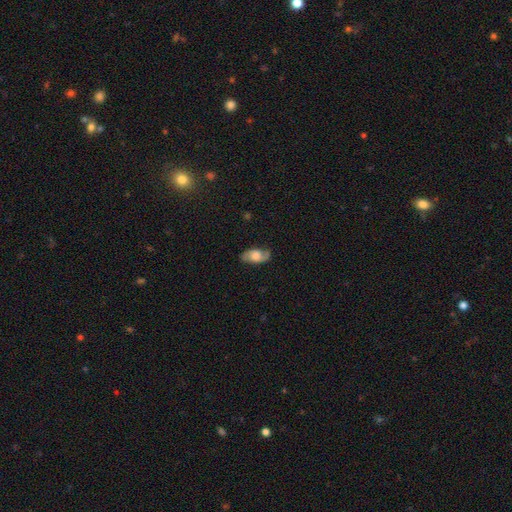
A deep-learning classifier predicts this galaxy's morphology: This is possibly a featured or disk galaxy (58%). It is clearly not viewed edge-on (90%). Bar: likely no (66%). Spiral arm pattern: clearly yes (88%). Central bulge: possibly large (45%). Merging: likely none (79%).